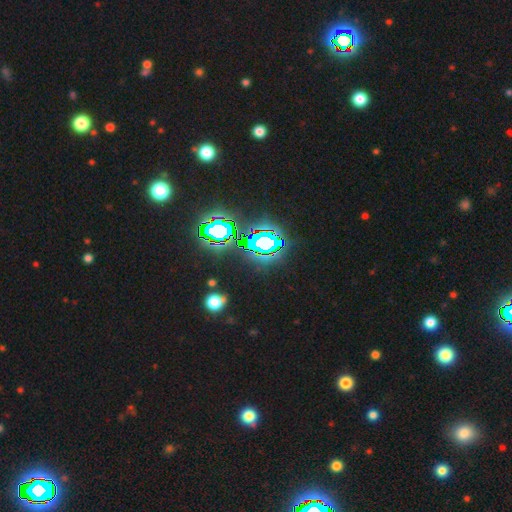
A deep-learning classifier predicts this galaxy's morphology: Smooth or featured? Predicted: star or artifact (p=0.81).